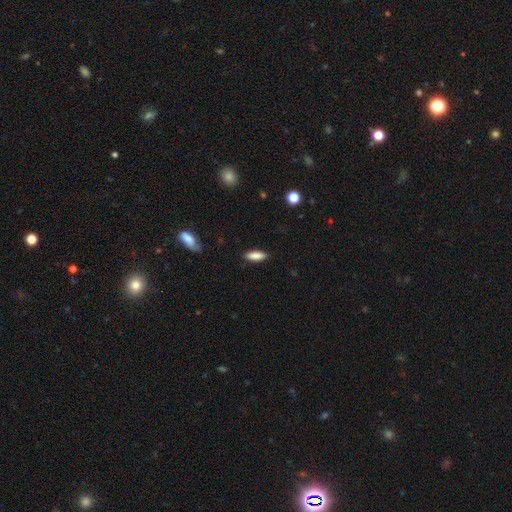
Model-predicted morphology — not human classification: Smooth or featured: smooth — 86% (featured or disk — 8%)
How rounded: in between — 58% (cigar-shaped — 40%)
Merging: none — 88% (minor disturbance — 9%)